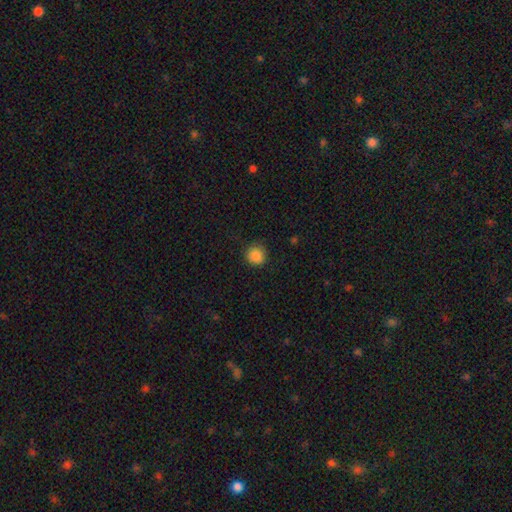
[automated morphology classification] Smooth or featured? smooth (86%)
How rounded? round (90%)
Merging? none (82%)